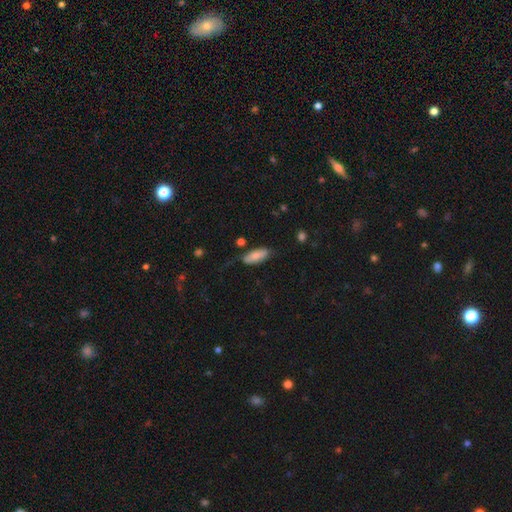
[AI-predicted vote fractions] smooth_or_featured: smooth (p=0.77) [alt: featured or disk p=0.16]
how_rounded: in between (p=0.79) [alt: cigar-shaped p=0.19]
merging: none (p=0.59) [alt: minor disturbance p=0.28]